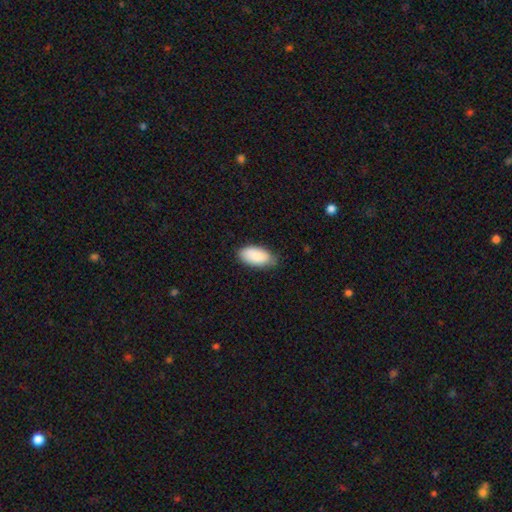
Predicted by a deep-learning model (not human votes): smooth-or-featured: smooth: 89% | star or artifact: 6% | featured or disk: 5%
  how-rounded: in between: 95% | cigar-shaped: 3% | round: 2%
  merging: none: 73% | minor disturbance: 22% | major disturbance: 3% | merger: 1%